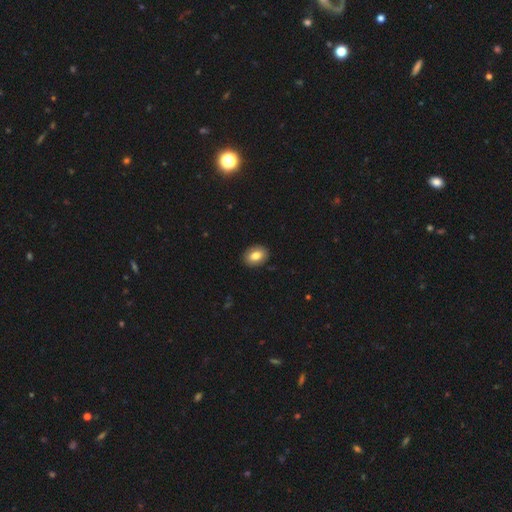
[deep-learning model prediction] smooth 80%, featured or disk 12%, star or artifact 8%. Down the decision tree: how rounded — in between (69%); merging — none (89%).